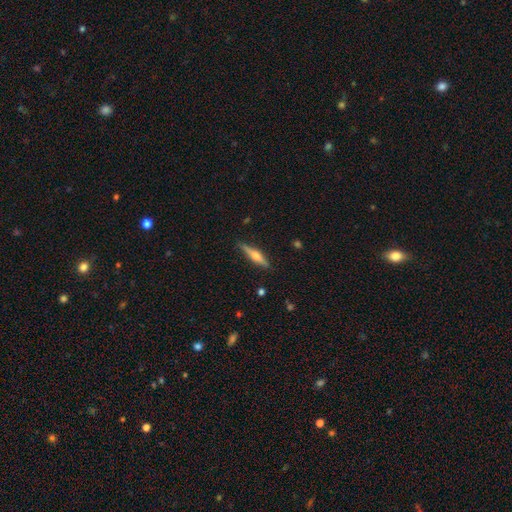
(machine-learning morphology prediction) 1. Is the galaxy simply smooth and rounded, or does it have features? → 58% featured or disk, 35% smooth, 6% star or artifact.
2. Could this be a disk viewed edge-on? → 96% yes, 4% no.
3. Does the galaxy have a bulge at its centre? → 88% rounded, 7% boxy, 5% none.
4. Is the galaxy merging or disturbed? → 88% none, 9% minor disturbance, 2% major disturbance, 1% merger.